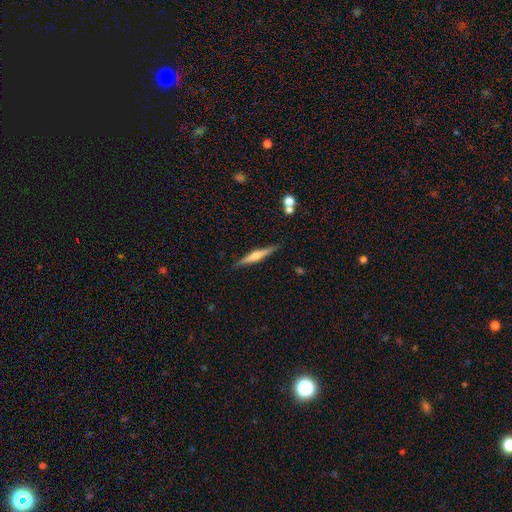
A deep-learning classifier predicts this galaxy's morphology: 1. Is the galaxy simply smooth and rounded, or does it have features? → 61% featured or disk, 33% smooth, 6% star or artifact.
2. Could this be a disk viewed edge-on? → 97% yes, 3% no.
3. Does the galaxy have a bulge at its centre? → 83% rounded, 9% none, 9% boxy.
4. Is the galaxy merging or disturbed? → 88% none, 9% minor disturbance, 2% merger, 2% major disturbance.